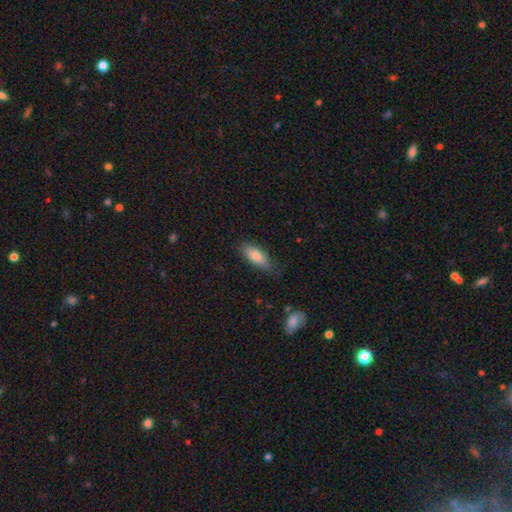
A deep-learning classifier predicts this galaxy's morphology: Overall: smooth (81%). How rounded: in between (77%). Merging: none (73%).